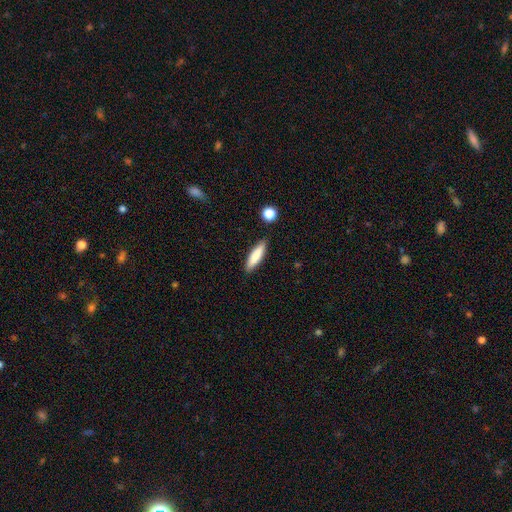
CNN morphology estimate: smooth_or_featured: smooth (p=0.82) [alt: featured or disk p=0.12]
how_rounded: cigar-shaped (p=0.65) [alt: in between p=0.33]
merging: none (p=0.86) [alt: minor disturbance p=0.10]